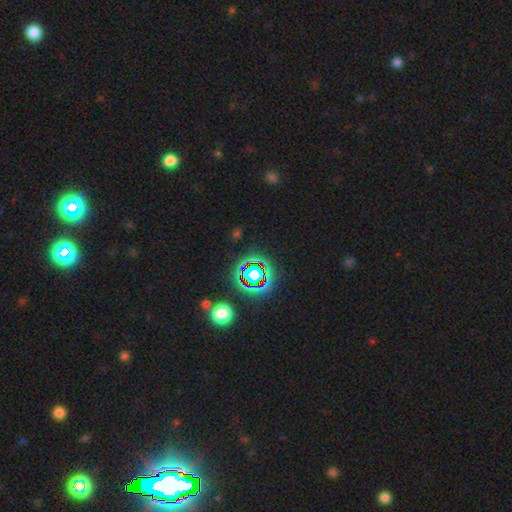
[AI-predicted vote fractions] Smooth or featured? star or artifact (73%)